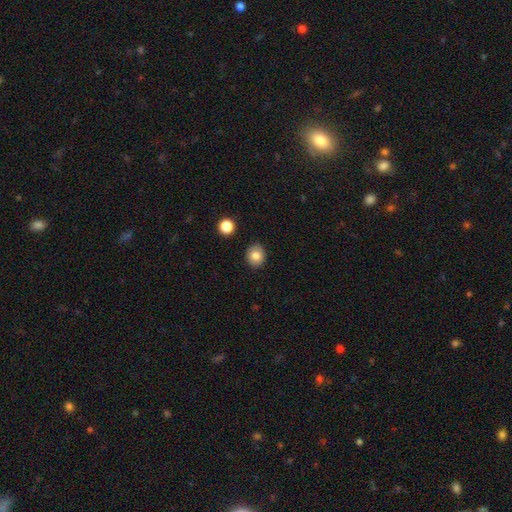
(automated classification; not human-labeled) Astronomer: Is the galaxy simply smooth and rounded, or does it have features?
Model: smooth — 82%.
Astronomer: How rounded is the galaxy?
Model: round — 73%.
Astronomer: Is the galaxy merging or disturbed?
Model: none — 88%.